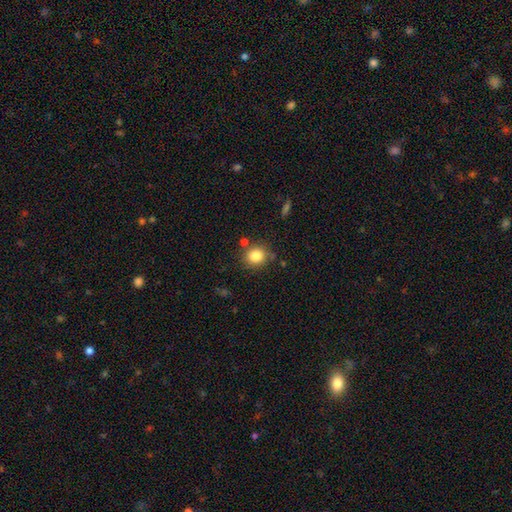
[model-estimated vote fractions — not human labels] smooth_or_featured: smooth (p=0.83) [alt: star or artifact p=0.11]
how_rounded: round (p=0.78) [alt: in between p=0.21]
merging: none (p=0.77) [alt: minor disturbance p=0.12]